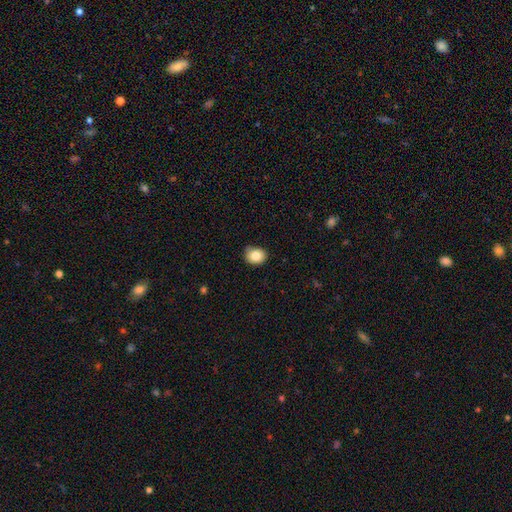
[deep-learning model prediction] smooth-or-featured: smooth: 82% | star or artifact: 9% | featured or disk: 9%
  how-rounded: round: 62% | in between: 37% | cigar-shaped: 1%
  merging: none: 76% | minor disturbance: 19% | major disturbance: 3% | merger: 1%